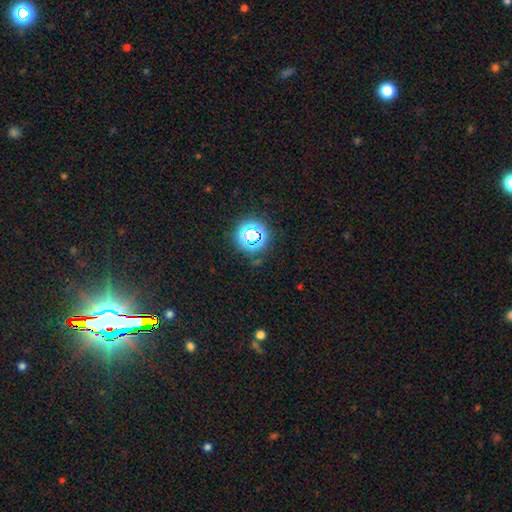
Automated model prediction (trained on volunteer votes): Smooth or featured? star or artifact (76%)